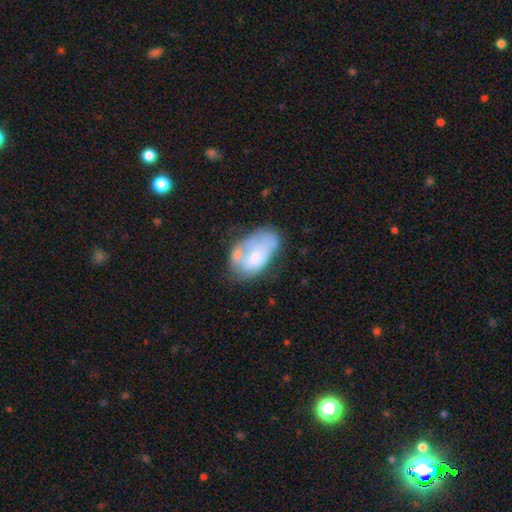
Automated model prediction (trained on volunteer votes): Morphology: type=smooth (52%); roundness=in between (91%); merging=none (31%).